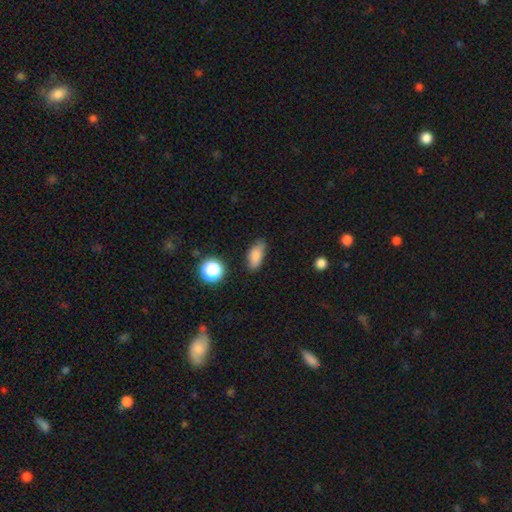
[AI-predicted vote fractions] smooth-or-featured: smooth: 83% | star or artifact: 11% | featured or disk: 6%
  how-rounded: in between: 83% | cigar-shaped: 10% | round: 7%
  merging: none: 73% | minor disturbance: 21% | major disturbance: 4% | merger: 2%